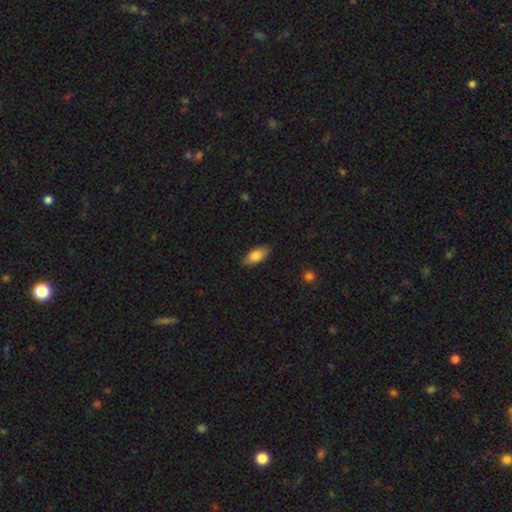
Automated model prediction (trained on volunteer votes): smooth_or_featured: smooth (p=0.81) [alt: featured or disk p=0.12]
how_rounded: in between (p=0.87) [alt: cigar-shaped p=0.11]
merging: none (p=0.83) [alt: minor disturbance p=0.13]